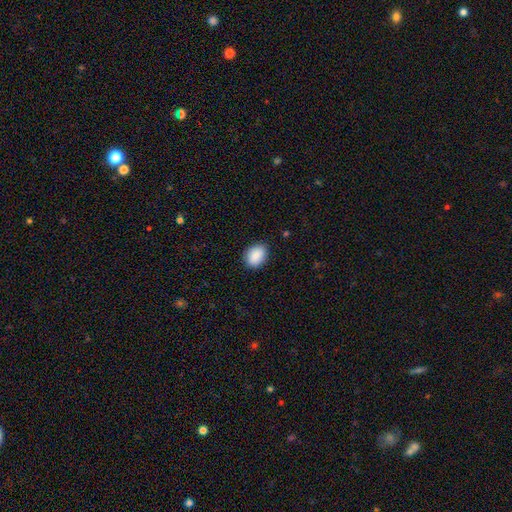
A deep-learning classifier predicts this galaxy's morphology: smooth_or_featured: smooth (p=0.89) [alt: star or artifact p=0.07]
how_rounded: in between (p=0.69) [alt: round p=0.30]
merging: none (p=0.86) [alt: minor disturbance p=0.11]